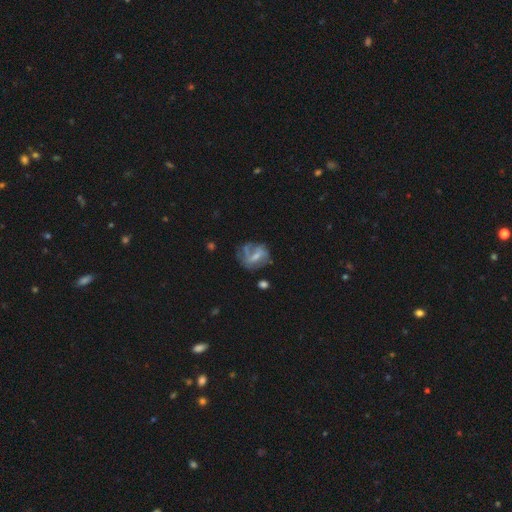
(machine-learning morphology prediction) smooth_or_featured: featured or disk (p=0.61) [alt: smooth p=0.30]
disk_edge_on: no (p=0.97) [alt: yes p=0.03]
bar: weak (p=0.47) [alt: no p=0.29]
has_spiral_arms: yes (p=0.64) [alt: no p=0.36]
bulge_size: small (p=0.42) [alt: moderate p=0.33]
merging: none (p=0.45) [alt: major disturbance p=0.25]